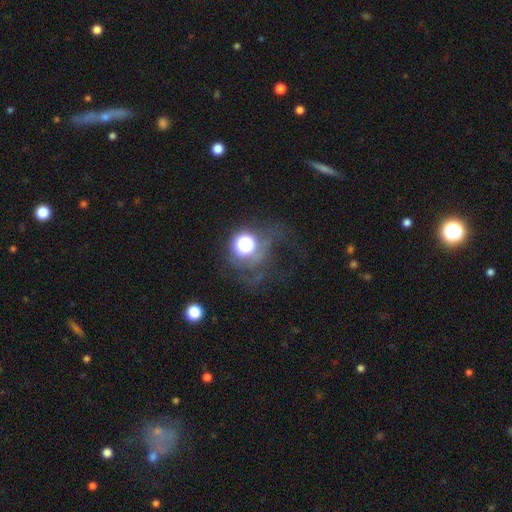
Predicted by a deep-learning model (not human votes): smooth_or_featured: star or artifact (p=0.44) [alt: smooth p=0.34]